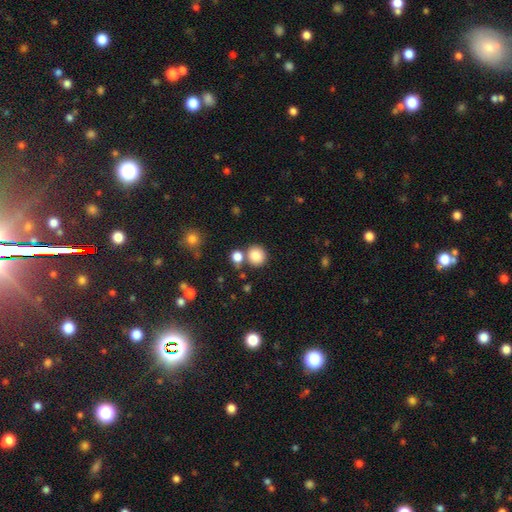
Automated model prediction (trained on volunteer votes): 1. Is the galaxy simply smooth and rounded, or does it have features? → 84% smooth, 11% star or artifact, 6% featured or disk.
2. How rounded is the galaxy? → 89% round, 10% in between, 1% cigar-shaped.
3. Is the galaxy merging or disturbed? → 72% none, 17% merger, 8% minor disturbance, 3% major disturbance.